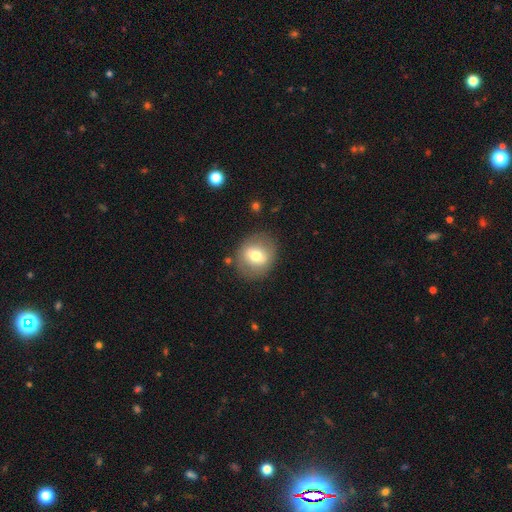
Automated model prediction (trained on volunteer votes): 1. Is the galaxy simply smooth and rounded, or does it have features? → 63% smooth, 29% featured or disk, 8% star or artifact.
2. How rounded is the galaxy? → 74% round, 25% in between, 1% cigar-shaped.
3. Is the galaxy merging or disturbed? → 82% none, 11% minor disturbance, 5% major disturbance, 2% merger.